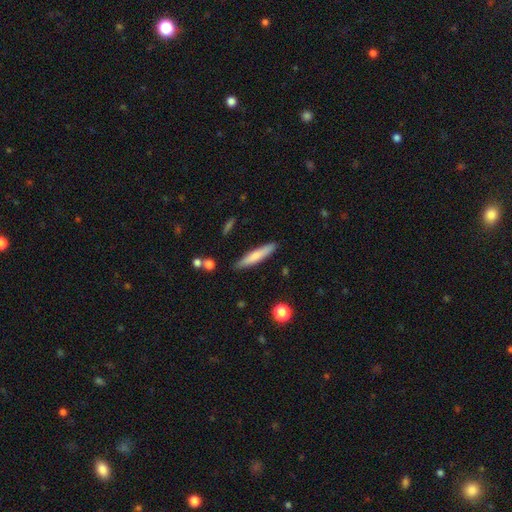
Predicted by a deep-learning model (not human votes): A smooth galaxy with no disk features (71%) that is cigar-shaped (89%).

Vote fractions:
- Smooth or featured? smooth: 71% / featured or disk: 23% / star or artifact: 6%
- How rounded? cigar-shaped: 89% / in between: 10% / round: 1%
- Merging? none: 88% / minor disturbance: 9% / merger: 2% / major disturbance: 2%